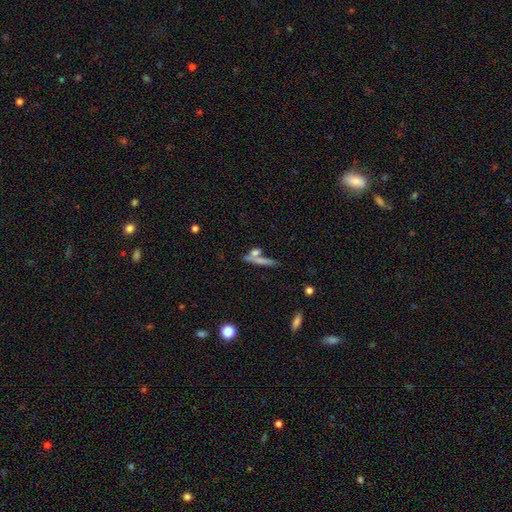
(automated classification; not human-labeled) smooth-or-featured: smooth: 63% | featured or disk: 27% | star or artifact: 10%
  how-rounded: cigar-shaped: 74% | in between: 18% | round: 8%
  merging: none: 50% | merger: 33% | minor disturbance: 10% | major disturbance: 6%